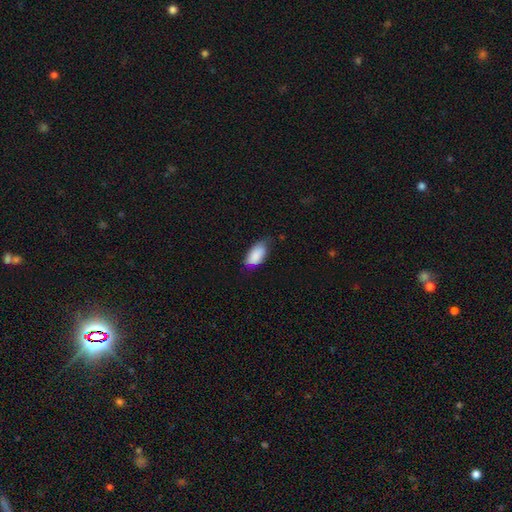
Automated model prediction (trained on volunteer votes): Smooth or featured?
  - smooth: 86% *
  - featured or disk: 7%
  - star or artifact: 7%
How rounded?
  - in between: 93% *
  - cigar-shaped: 5%
  - round: 3%
Merging?
  - none: 59% *
  - minor disturbance: 33%
  - major disturbance: 6%
  - merger: 2%